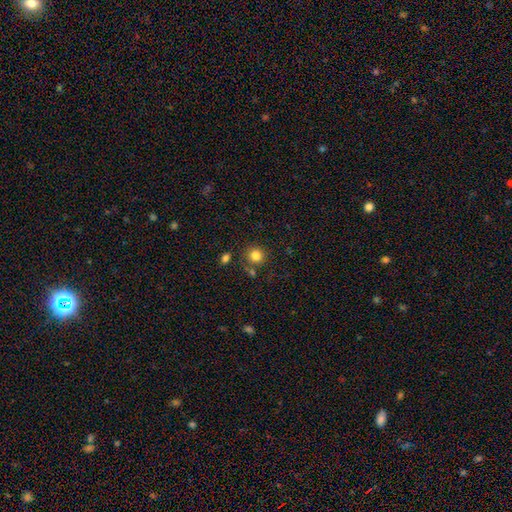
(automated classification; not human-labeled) Smooth or featured? smooth (82%)
How rounded? round (91%)
Merging? none (79%)